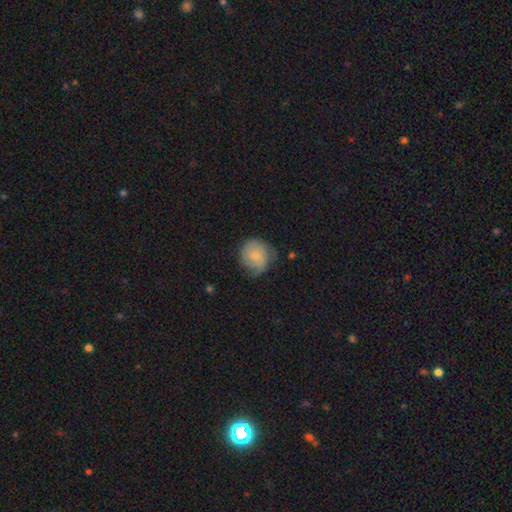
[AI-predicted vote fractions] The model was most divided on "smooth or featured": smooth: 51%, featured or disk: 42%, star or artifact: 7%. More confident: how rounded — round (81%); merging — none (57%).